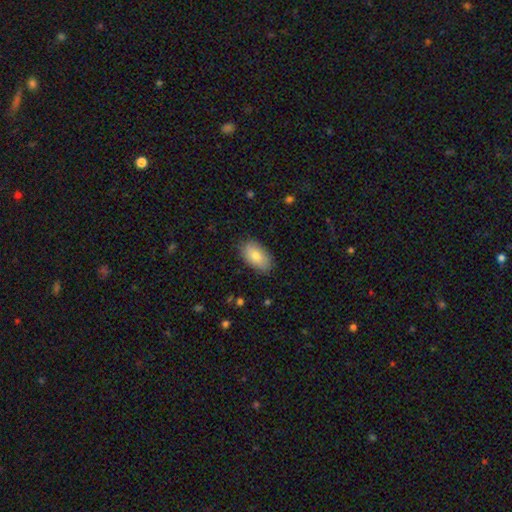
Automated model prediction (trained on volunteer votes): This appears to be a smooth galaxy with no disk features (78%) that is in between round and cigar-shaped (93%). Merging: none (84%).